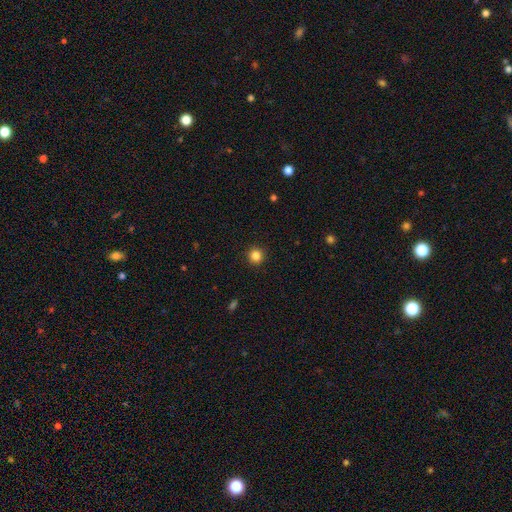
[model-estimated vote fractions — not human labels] Morphology: type=smooth (84%); roundness=round (95%); merging=none (93%).